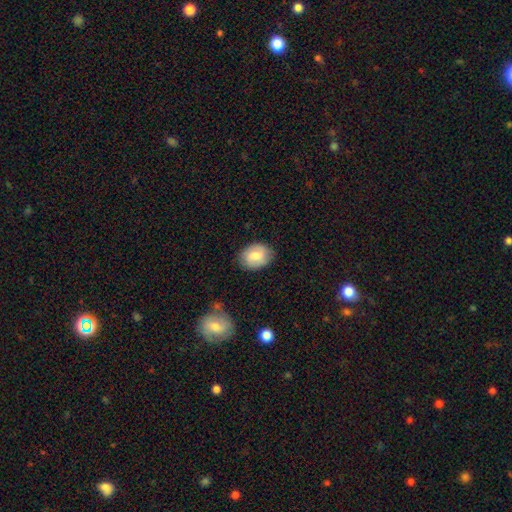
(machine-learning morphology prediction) The model was most divided on "how rounded": in between: 61%, round: 38%, cigar-shaped: 1%. More confident: merging — none (81%); smooth or featured — smooth (66%).